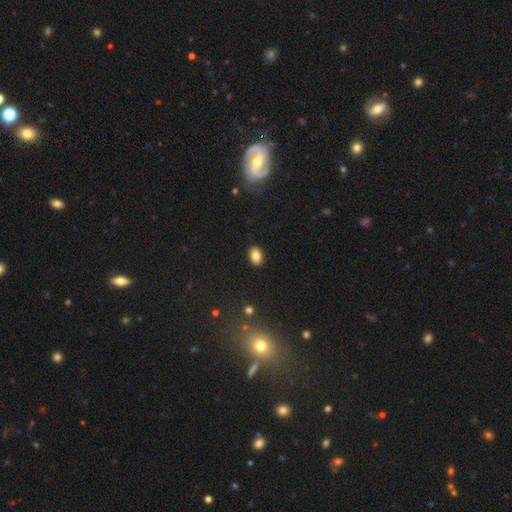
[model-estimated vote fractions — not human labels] This appears to be a smooth galaxy with no disk features (83%) that is in between round and cigar-shaped (82%). Merging: none (89%).